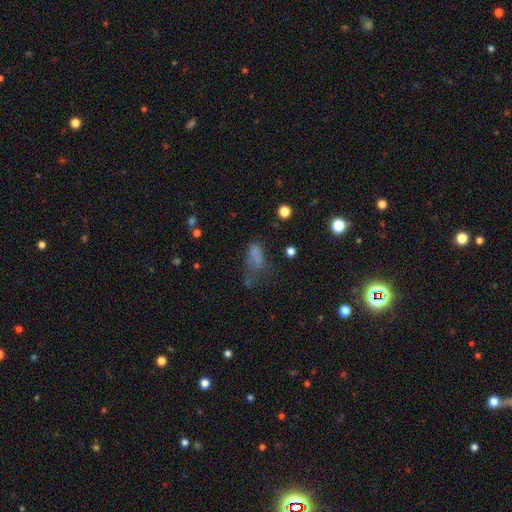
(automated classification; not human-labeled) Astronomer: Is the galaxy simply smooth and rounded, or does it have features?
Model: smooth — 63%.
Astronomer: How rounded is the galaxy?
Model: in between — 81%.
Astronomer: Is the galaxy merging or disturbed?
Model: major disturbance — 39% (runner-up: none, 26%).